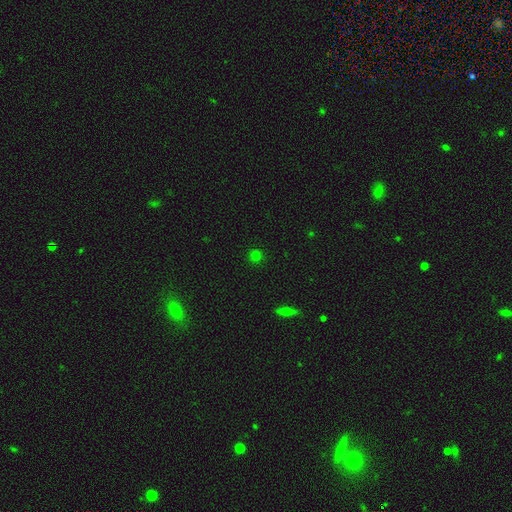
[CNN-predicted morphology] Smooth or featured? smooth (75%)
How rounded? round (94%)
Merging? none (91%)